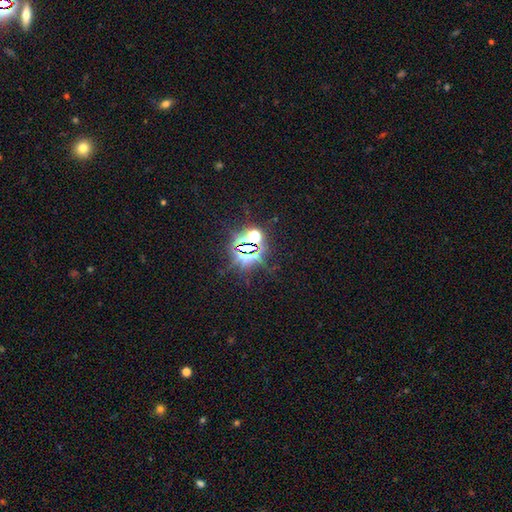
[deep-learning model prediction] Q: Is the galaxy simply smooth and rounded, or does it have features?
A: star or artifact — 84%.